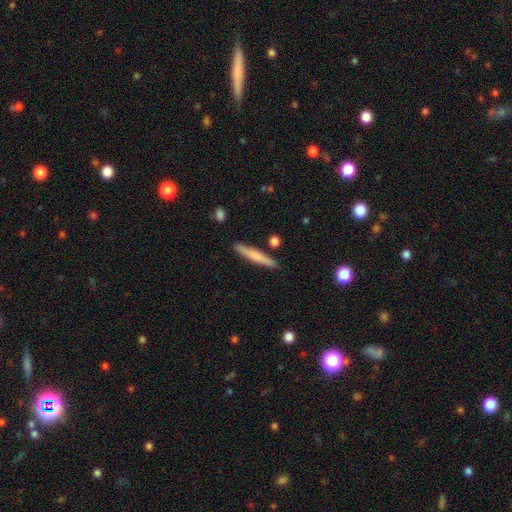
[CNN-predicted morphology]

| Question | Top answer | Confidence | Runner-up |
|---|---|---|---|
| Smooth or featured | smooth | 62% | featured or disk (32%) |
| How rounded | cigar-shaped | 94% | in between (5%) |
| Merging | none | 88% | minor disturbance (8%) |